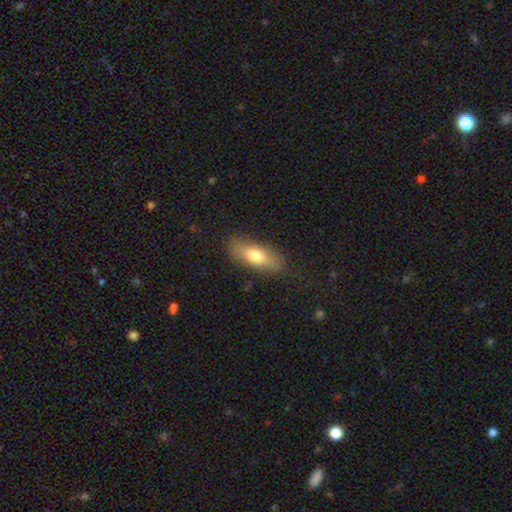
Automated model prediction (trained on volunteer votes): A smooth galaxy with no disk features (72%) that is in between round and cigar-shaped (71%). Merging: none (82%).